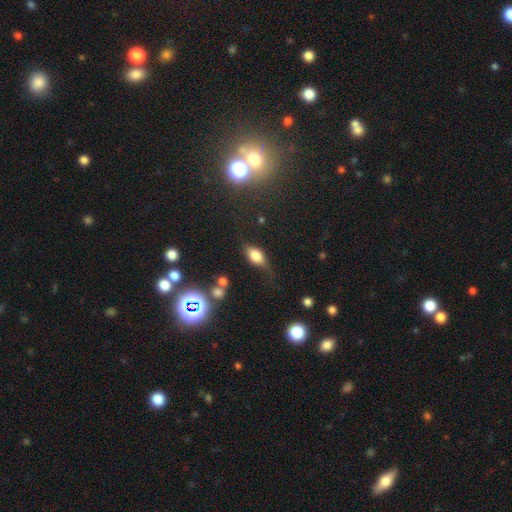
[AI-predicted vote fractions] smooth-or-featured: smooth: 72% | featured or disk: 17% | star or artifact: 11%
  how-rounded: in between: 85% | round: 9% | cigar-shaped: 5%
  merging: none: 58% | minor disturbance: 26% | major disturbance: 12% | merger: 4%